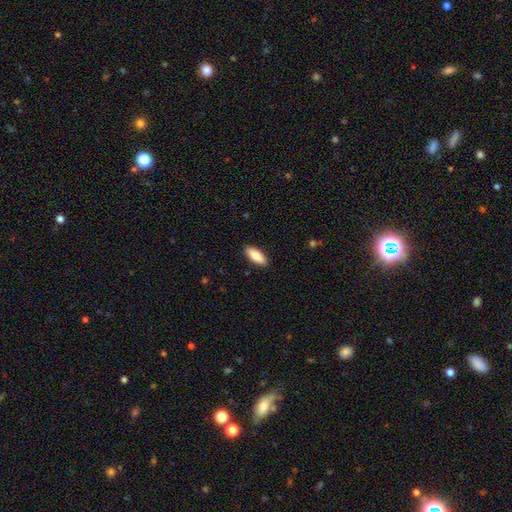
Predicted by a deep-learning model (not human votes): Smooth or featured? smooth (83%)
How rounded? in between (78%)
Merging? none (90%)